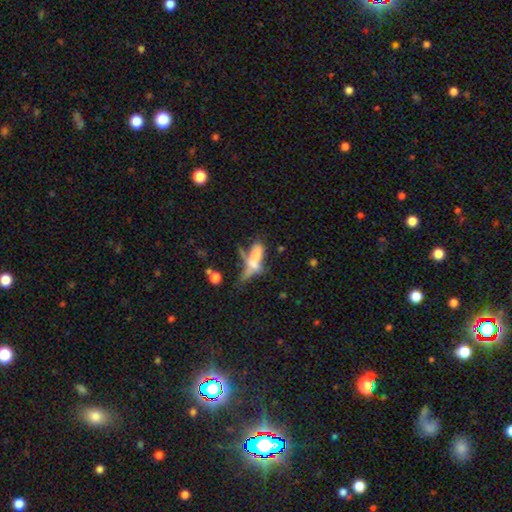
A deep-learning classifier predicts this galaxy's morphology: The model was most divided on "how rounded": cigar-shaped: 51%, in between: 44%, round: 5%. Remaining: smooth or featured — smooth (55%); merging — merger (44%).